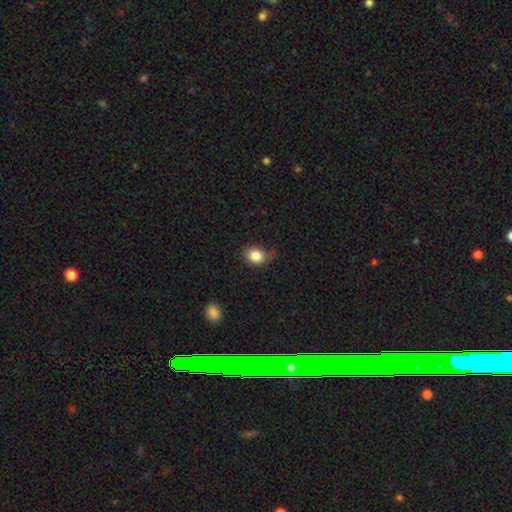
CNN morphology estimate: Overall: smooth (85%). How rounded: round (52%; in between 47%). Merging: none (58%; minor disturbance 31%).